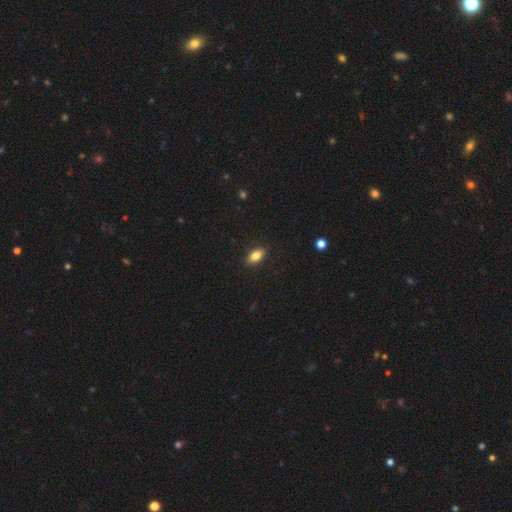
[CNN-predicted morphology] A smooth galaxy with no disk features (82%) that is in between round and cigar-shaped (88%).

Vote fractions:
- Smooth or featured? smooth: 82% / featured or disk: 10% / star or artifact: 8%
- How rounded? in between: 88% / cigar-shaped: 7% / round: 5%
- Merging? none: 89% / minor disturbance: 8% / major disturbance: 2% / merger: 1%